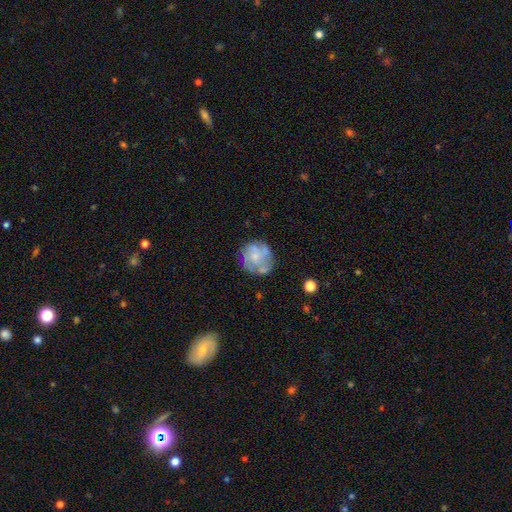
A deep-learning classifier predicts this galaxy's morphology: featured or disk 64%, smooth 28%, star or artifact 7%. Down the decision tree: edge-on disk — no (98%); bar — no (84%); spiral arms — yes (59%); bulge size — small (51%); merging — none (64%).